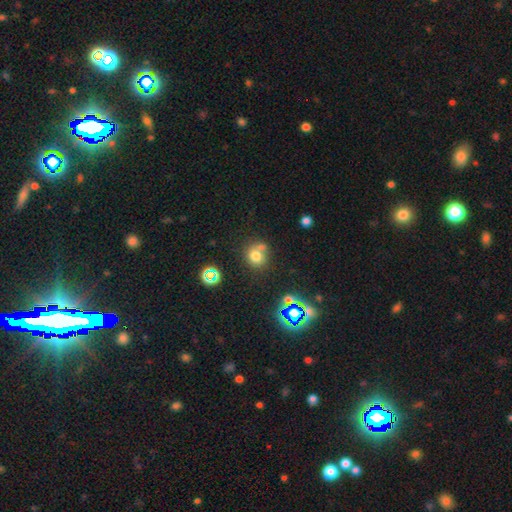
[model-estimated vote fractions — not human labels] The model was most divided on "merging": none: 55%, merger: 26%, minor disturbance: 14%, major disturbance: 6%. More confident: how rounded — round (78%); smooth or featured — smooth (70%).